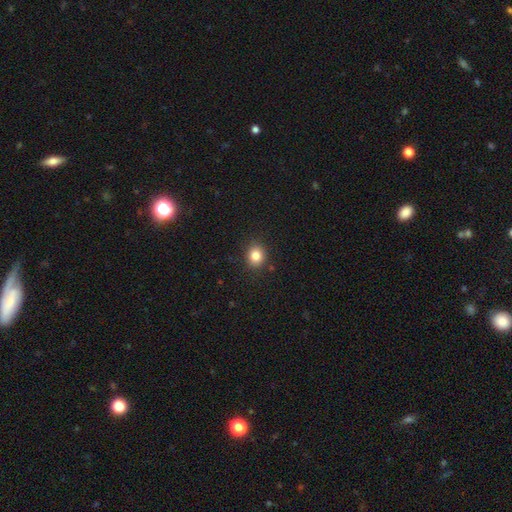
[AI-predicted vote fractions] smooth-or-featured: smooth: 83% | star or artifact: 11% | featured or disk: 6%
  how-rounded: round: 66% | in between: 33% | cigar-shaped: 1%
  merging: none: 88% | minor disturbance: 8% | major disturbance: 2% | merger: 1%